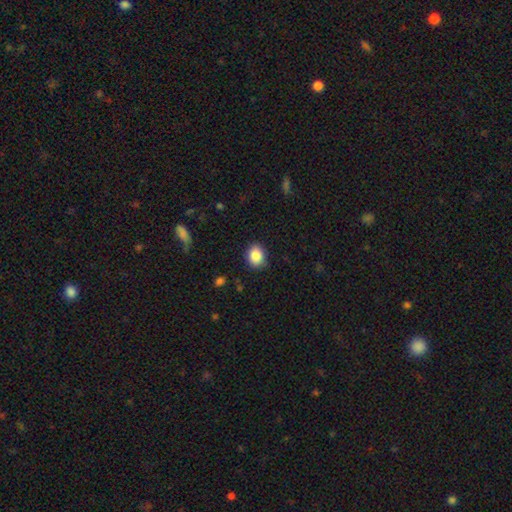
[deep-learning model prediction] Smooth or featured: smooth — 86% (star or artifact — 8%)
How rounded: round — 52% (in between — 48%)
Merging: none — 88% (minor disturbance — 9%)